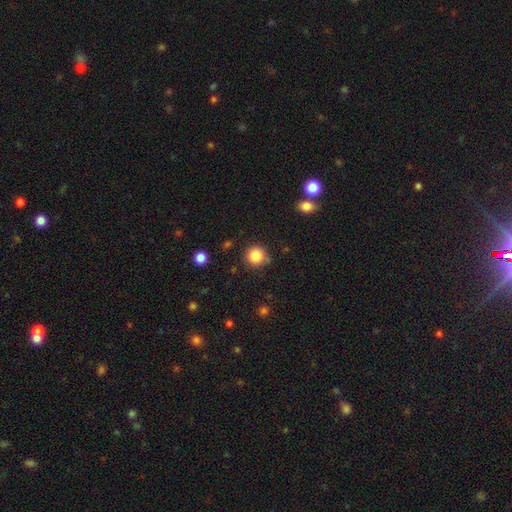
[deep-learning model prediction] This is clearly a smooth galaxy (85%). How rounded: clearly round (94%). Merging: clearly none (83%).